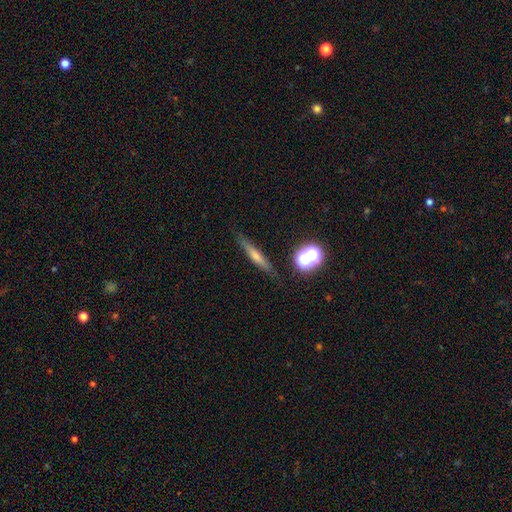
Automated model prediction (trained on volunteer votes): Morphology: type=featured or disk (45%); merging=none (84%).